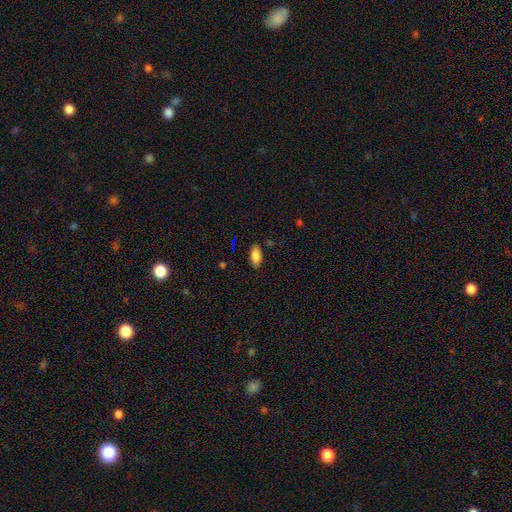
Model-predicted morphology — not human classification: smooth_or_featured: smooth (p=0.84) [alt: star or artifact p=0.08]
how_rounded: in between (p=0.89) [alt: cigar-shaped p=0.08]
merging: none (p=0.86) [alt: minor disturbance p=0.11]